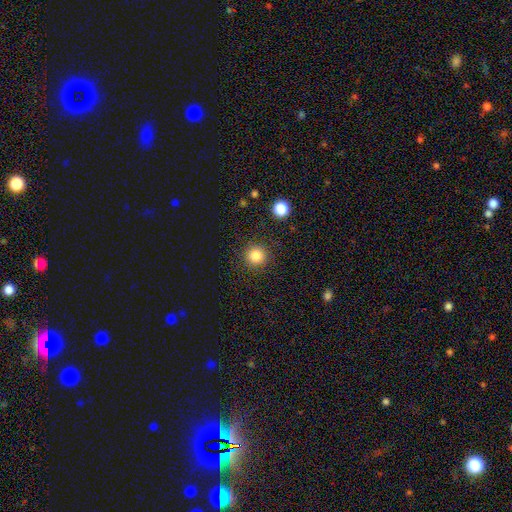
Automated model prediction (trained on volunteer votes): Q: Smooth or featured?
A: smooth (84%); runner-up: star or artifact (11%)
Q: How rounded?
A: round (95%); runner-up: in between (4%)
Q: Merging?
A: none (90%); runner-up: minor disturbance (6%)